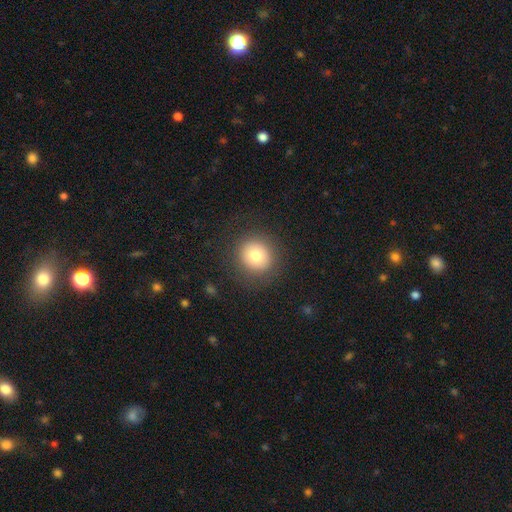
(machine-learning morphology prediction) Smooth or featured? smooth (75%)
How rounded? round (91%)
Merging? none (87%)